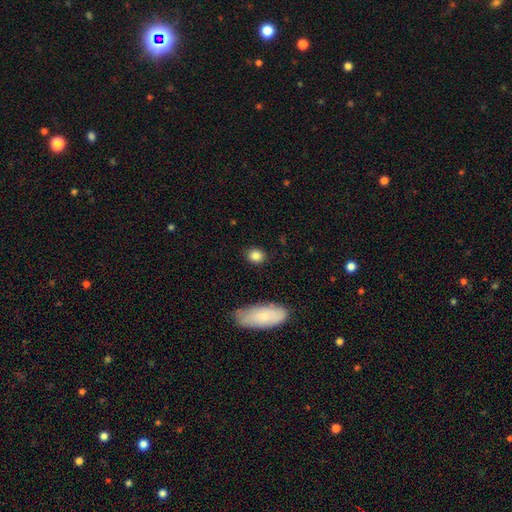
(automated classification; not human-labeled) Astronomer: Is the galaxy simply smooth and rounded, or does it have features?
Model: smooth — 85%.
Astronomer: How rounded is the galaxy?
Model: round — 67%.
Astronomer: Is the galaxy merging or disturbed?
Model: none — 87%.